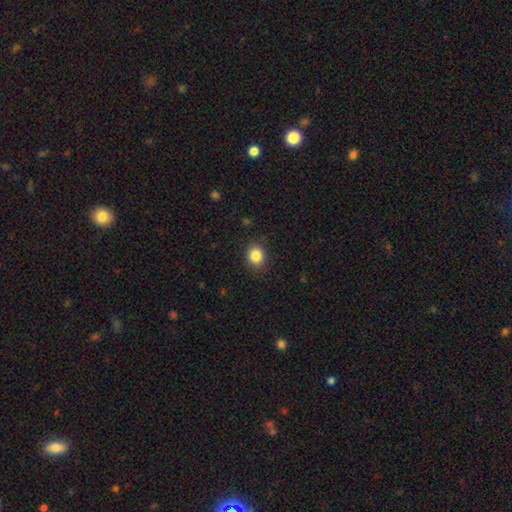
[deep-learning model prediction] smooth 85%, star or artifact 10%, featured or disk 5%. Down the decision tree: how rounded — round (70%); merging — none (88%).